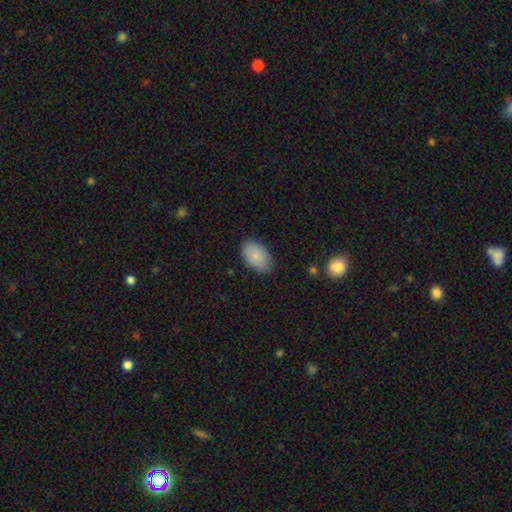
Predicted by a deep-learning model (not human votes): This appears to be a smooth galaxy with no disk features (87%) that is in between round and cigar-shaped (92%). Merging: none (85%).